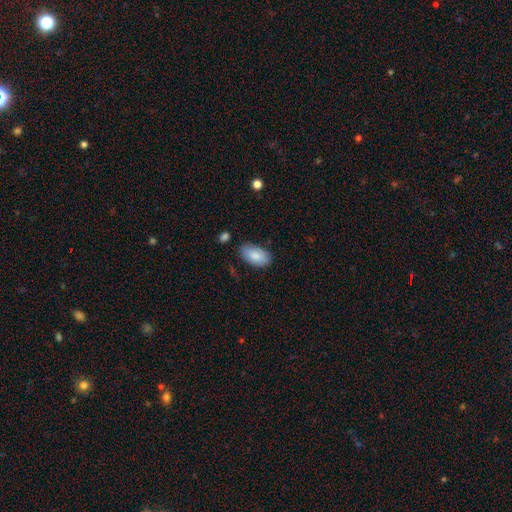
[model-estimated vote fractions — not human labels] Smooth or featured? smooth (87%)
How rounded? in between (95%)
Merging? none (79%)